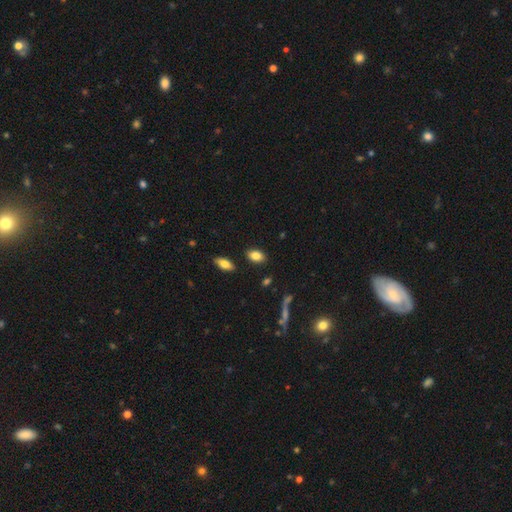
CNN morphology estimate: This is clearly a smooth galaxy (84%). How rounded: clearly in between (87%). Merging: clearly none (85%).